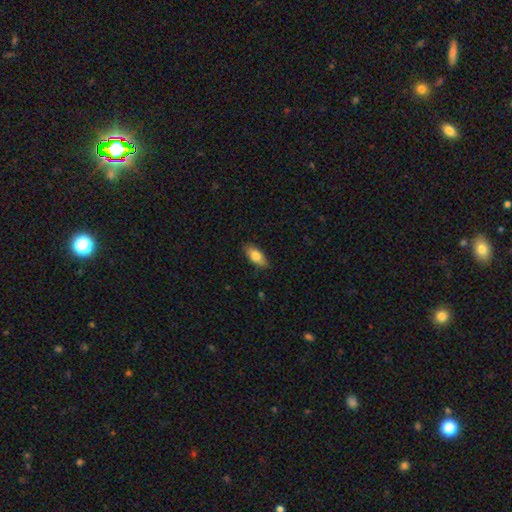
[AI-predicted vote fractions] Smooth or featured?
  - smooth: 77% *
  - featured or disk: 16%
  - star or artifact: 7%
How rounded?
  - in between: 84% *
  - cigar-shaped: 13%
  - round: 3%
Merging?
  - none: 85% *
  - minor disturbance: 11%
  - major disturbance: 2%
  - merger: 1%